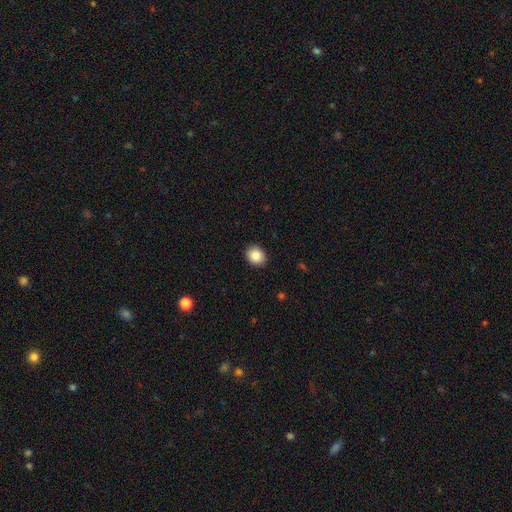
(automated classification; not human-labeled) A smooth galaxy with no disk features (86%) that is round (70%). Merging: none (91%).